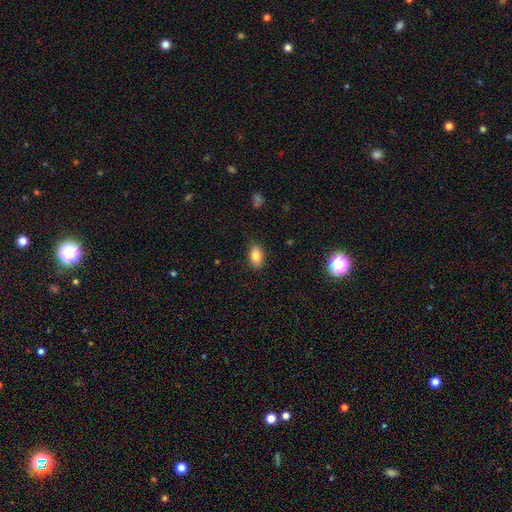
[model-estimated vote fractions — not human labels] This is clearly a smooth galaxy (82%). How rounded: clearly in between (88%). Merging: clearly none (85%).